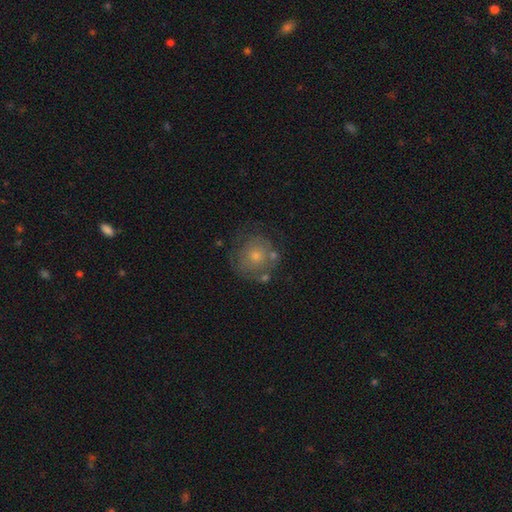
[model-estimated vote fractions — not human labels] Overall: smooth (50%; featured or disk 37%). Merging: none (69%).